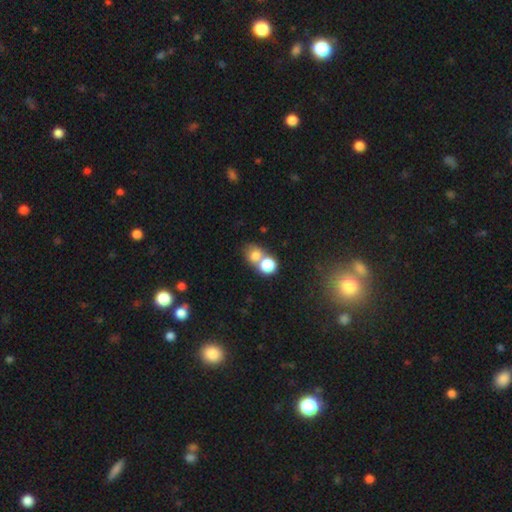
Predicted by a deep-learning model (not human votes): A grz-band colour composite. It shows a smooth galaxy with no disk features (75%) that is round (69%). Merging: merger (55%).